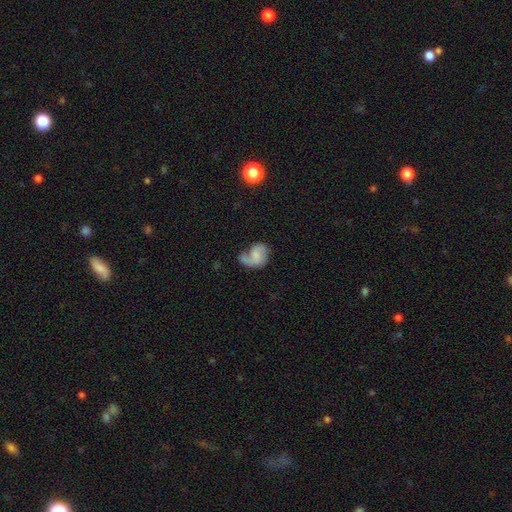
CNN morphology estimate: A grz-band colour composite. It shows a featured or disk galaxy (50%). Merging: none (32%).